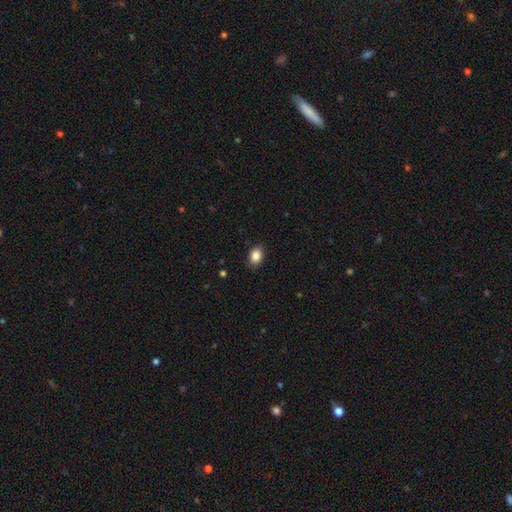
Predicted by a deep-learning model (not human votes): smooth 87%, star or artifact 9%, featured or disk 5%. Down the decision tree: how rounded — in between (75%); merging — none (88%).